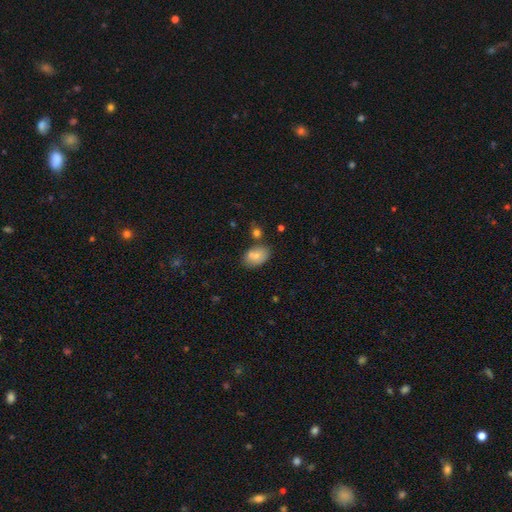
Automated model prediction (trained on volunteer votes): Smooth or featured? Predicted: smooth (p=0.79). How rounded? Predicted: in between (p=0.89). Merging? Predicted: none (p=0.67).